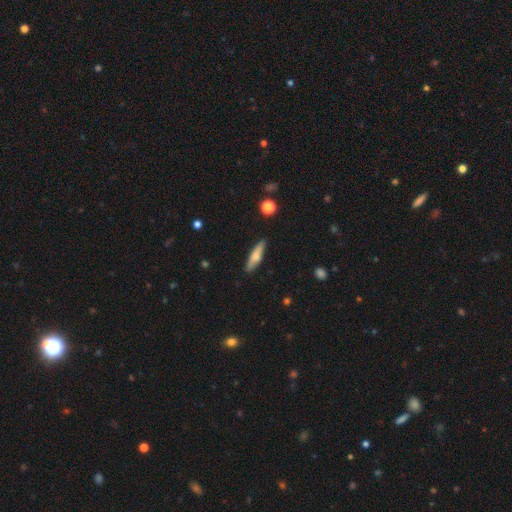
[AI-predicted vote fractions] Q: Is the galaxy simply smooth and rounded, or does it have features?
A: smooth — 62%.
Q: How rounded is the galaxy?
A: cigar-shaped — 72%.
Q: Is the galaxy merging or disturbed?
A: none — 86%.